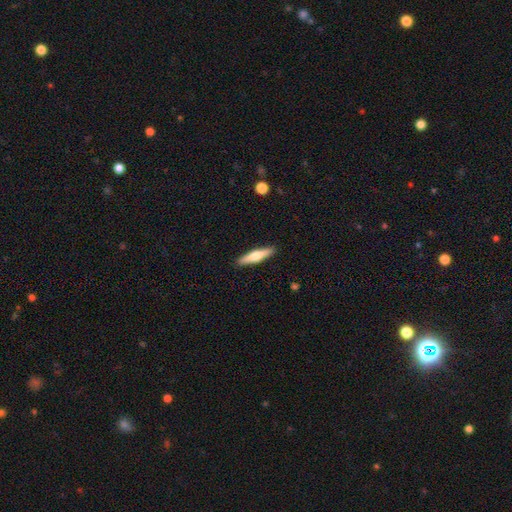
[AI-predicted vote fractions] Q: Smooth or featured?
A: smooth (52%); runner-up: featured or disk (43%)
Q: How rounded?
A: cigar-shaped (83%); runner-up: in between (15%)
Q: Merging?
A: none (91%); runner-up: minor disturbance (7%)